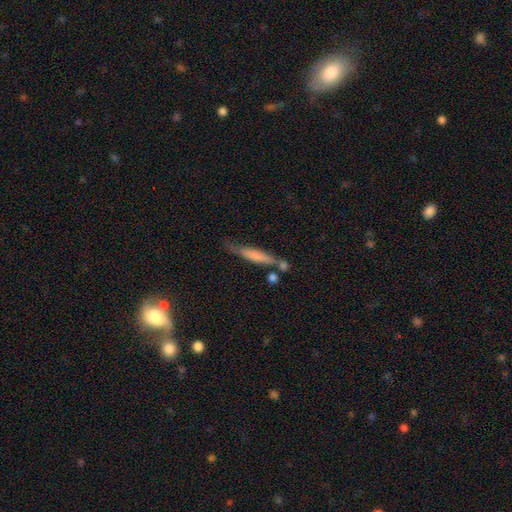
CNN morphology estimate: Overall: smooth (63%; featured or disk 30%). How rounded: cigar-shaped (89%). Merging: none (59%; minor disturbance 21%).